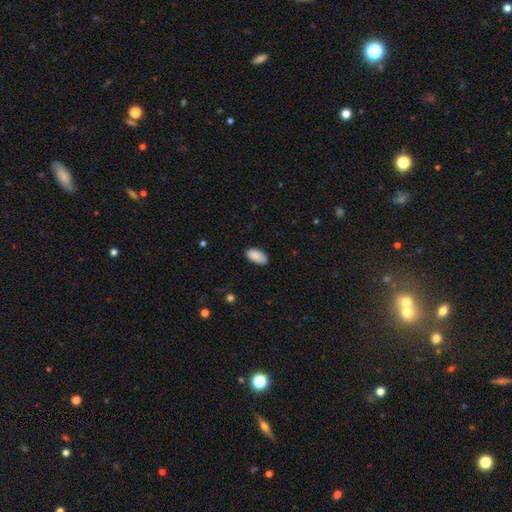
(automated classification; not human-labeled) Overall: smooth (89%). How rounded: in between (94%). Merging: none (80%).